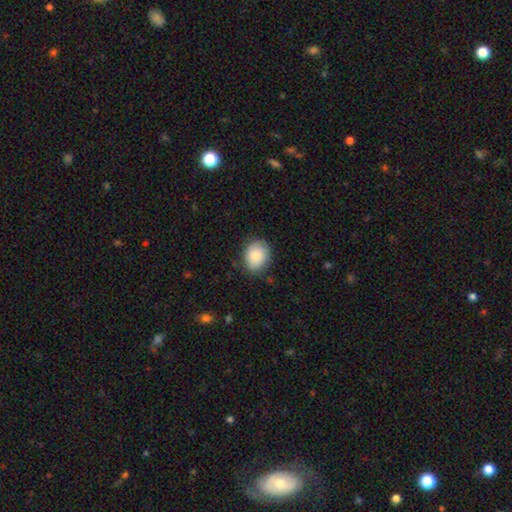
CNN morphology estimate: Overall: smooth (86%). How rounded: round (50%; in between 49%). Merging: none (81%).